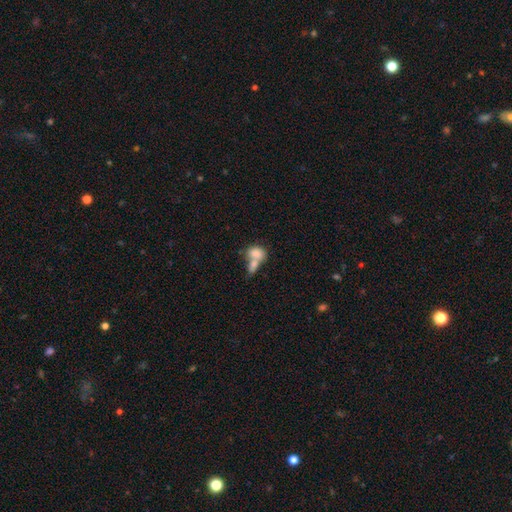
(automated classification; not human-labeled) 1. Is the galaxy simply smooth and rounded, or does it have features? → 77% smooth, 15% featured or disk, 8% star or artifact.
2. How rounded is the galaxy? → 77% in between, 21% round, 2% cigar-shaped.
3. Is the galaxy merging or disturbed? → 69% merger, 18% none, 7% minor disturbance, 5% major disturbance.